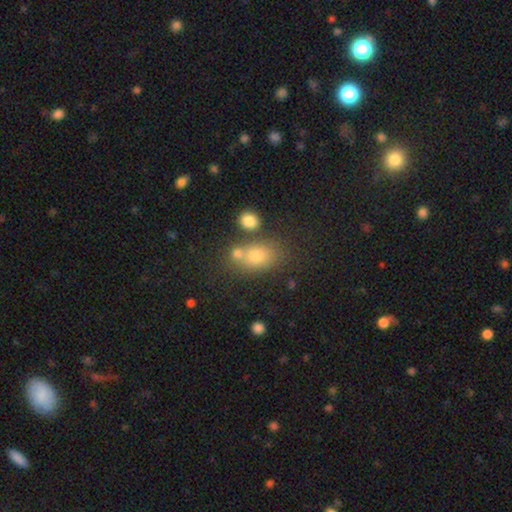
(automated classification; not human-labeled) Smooth or featured? Predicted: smooth (p=0.74). How rounded? Predicted: in between (p=0.69). Merging? Predicted: none (p=0.58).